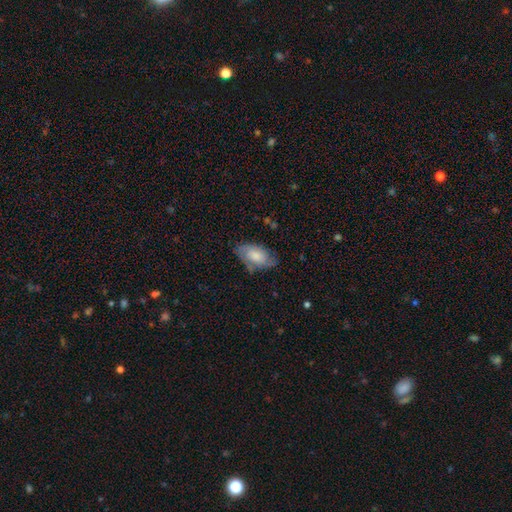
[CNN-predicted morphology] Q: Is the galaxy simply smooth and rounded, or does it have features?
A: smooth — 56%.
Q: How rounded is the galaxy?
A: in between — 93%.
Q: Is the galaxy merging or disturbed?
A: none — 64%.